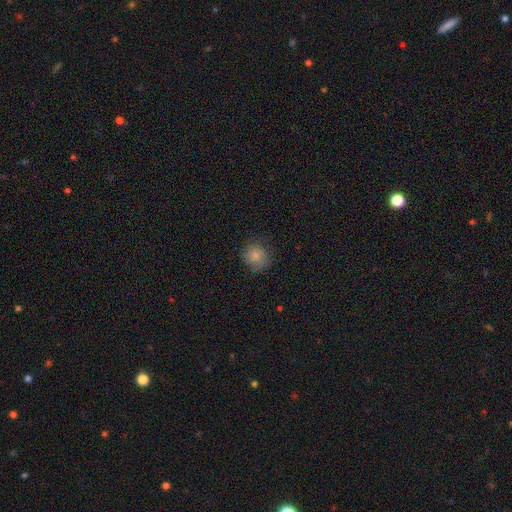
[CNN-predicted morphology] Overall: smooth (81%). How rounded: round (85%). Merging: none (72%).